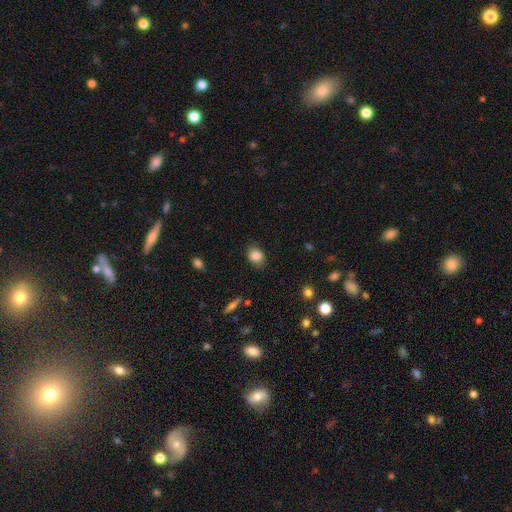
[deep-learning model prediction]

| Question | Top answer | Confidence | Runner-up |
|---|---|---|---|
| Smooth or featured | smooth | 84% | star or artifact (9%) |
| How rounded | in between | 59% | round (40%) |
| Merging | none | 80% | minor disturbance (15%) |